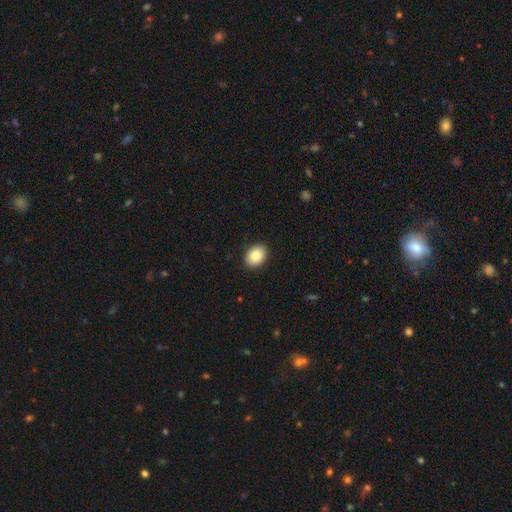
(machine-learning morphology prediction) smooth 85%, star or artifact 8%, featured or disk 7%. Down the decision tree: how rounded — in between (65%); merging — none (89%).